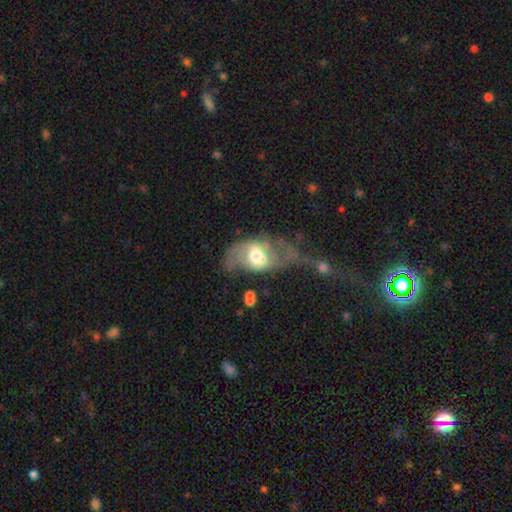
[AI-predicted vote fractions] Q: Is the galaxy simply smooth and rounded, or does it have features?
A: featured or disk — 66%.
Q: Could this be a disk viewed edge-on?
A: no — 95%.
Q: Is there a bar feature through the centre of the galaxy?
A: no — 45%.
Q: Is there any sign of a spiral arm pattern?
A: yes — 68%.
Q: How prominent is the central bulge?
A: moderate — 59%.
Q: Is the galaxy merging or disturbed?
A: major disturbance — 45%.